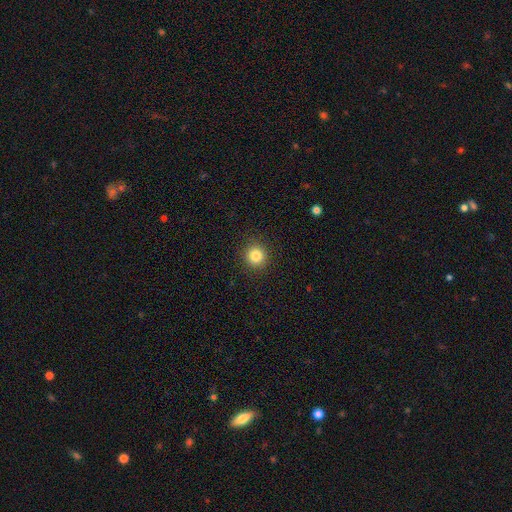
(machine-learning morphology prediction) smooth_or_featured: smooth (p=0.84) [alt: star or artifact p=0.11]
how_rounded: round (p=0.94) [alt: in between p=0.05]
merging: none (p=0.92) [alt: minor disturbance p=0.05]